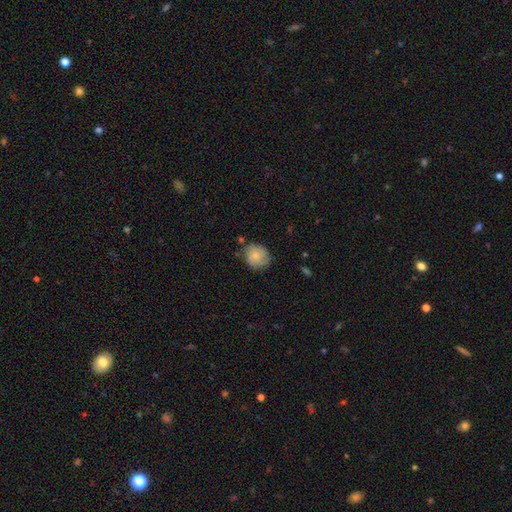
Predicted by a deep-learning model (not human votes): Smooth or featured?
  - smooth: 73% *
  - featured or disk: 20%
  - star or artifact: 7%
How rounded?
  - round: 75% *
  - in between: 24%
  - cigar-shaped: 1%
Merging?
  - none: 68% *
  - minor disturbance: 24%
  - major disturbance: 5%
  - merger: 3%